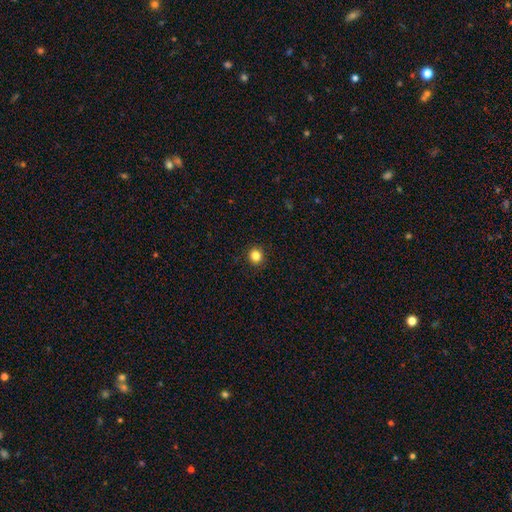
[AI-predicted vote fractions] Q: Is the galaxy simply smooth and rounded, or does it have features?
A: smooth — 84%.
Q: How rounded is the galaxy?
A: round — 88%.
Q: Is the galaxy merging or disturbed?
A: none — 92%.